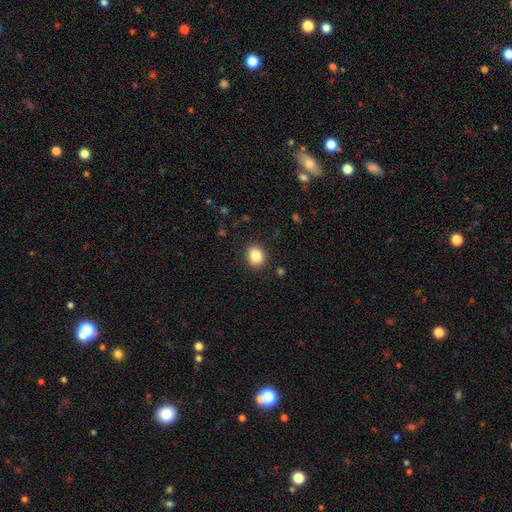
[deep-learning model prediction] Smooth or featured?
  - smooth: 85% *
  - star or artifact: 9%
  - featured or disk: 6%
How rounded?
  - round: 63% *
  - in between: 36%
  - cigar-shaped: 1%
Merging?
  - none: 90% *
  - minor disturbance: 7%
  - major disturbance: 2%
  - merger: 1%